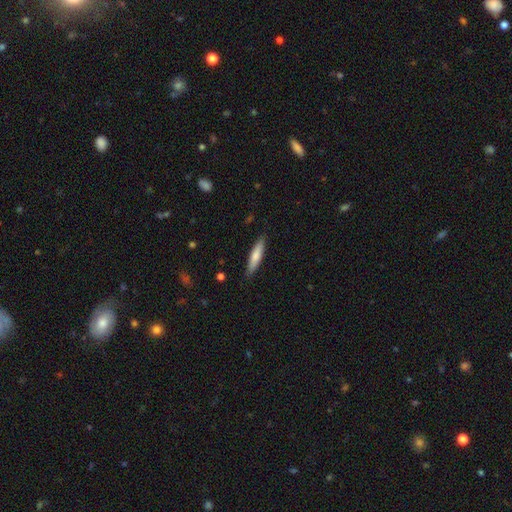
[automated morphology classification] Smooth or featured? Predicted: smooth (p=0.73). How rounded? Predicted: cigar-shaped (p=0.83). Merging? Predicted: none (p=0.86).